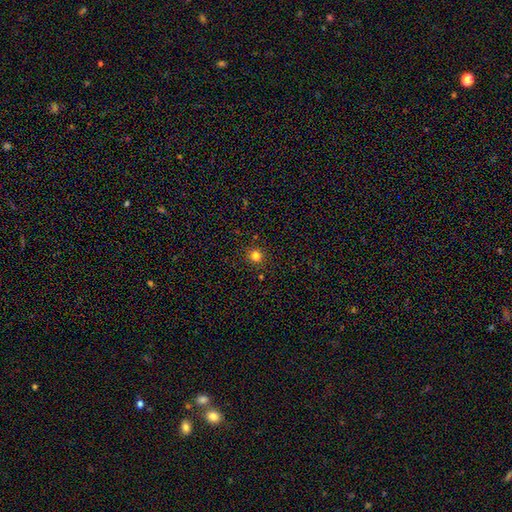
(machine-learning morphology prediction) smooth-or-featured: smooth: 80% | star or artifact: 15% | featured or disk: 5%
  how-rounded: round: 93% | in between: 7% | cigar-shaped: 1%
  merging: none: 90% | minor disturbance: 6% | major disturbance: 2% | merger: 2%